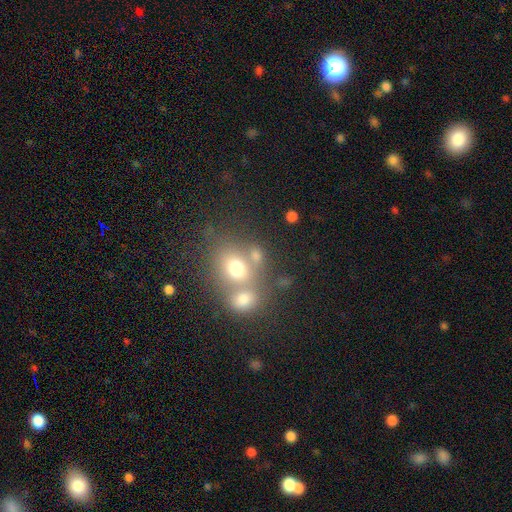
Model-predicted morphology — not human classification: type=smooth (69%); roundness=round (57%); merging=merger (46%).